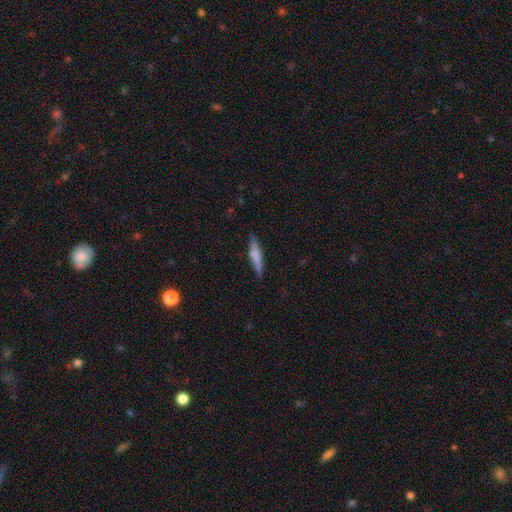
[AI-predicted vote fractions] Smooth or featured? smooth (62%)
How rounded? cigar-shaped (87%)
Merging? none (80%)